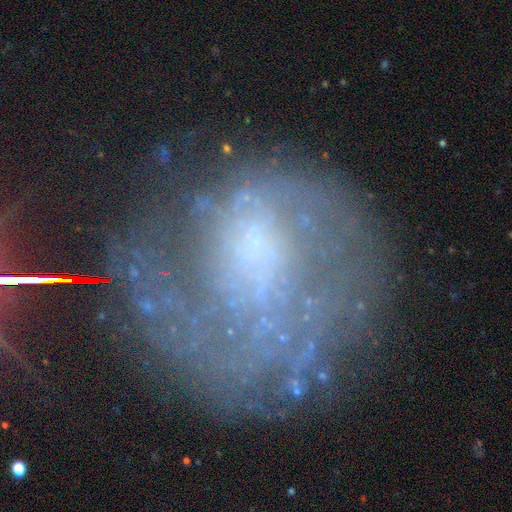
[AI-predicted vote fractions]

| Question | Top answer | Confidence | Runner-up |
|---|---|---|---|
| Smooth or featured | featured or disk | 62% | star or artifact (20%) |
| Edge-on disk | no | 97% | yes (3%) |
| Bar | no | 71% | weak (22%) |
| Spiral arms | yes | 61% | no (39%) |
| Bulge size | none | 45% | small (26%) |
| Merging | none | 50% | major disturbance (28%) |